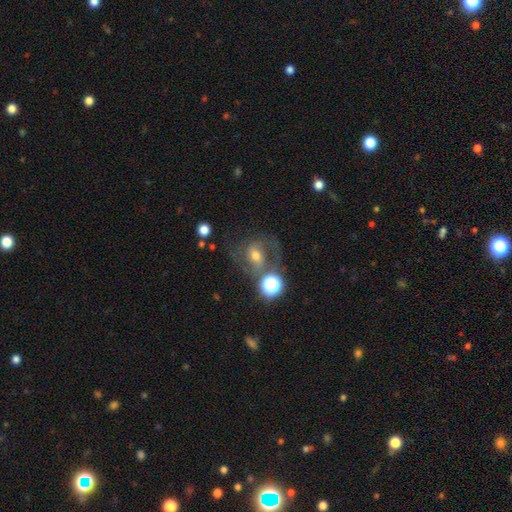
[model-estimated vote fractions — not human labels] Morphology: type=featured or disk (55%); edge-on=no (96%); bar=weak (40%); spiral arms=yes (79%); bulge=moderate (62%); merging=none (51%).